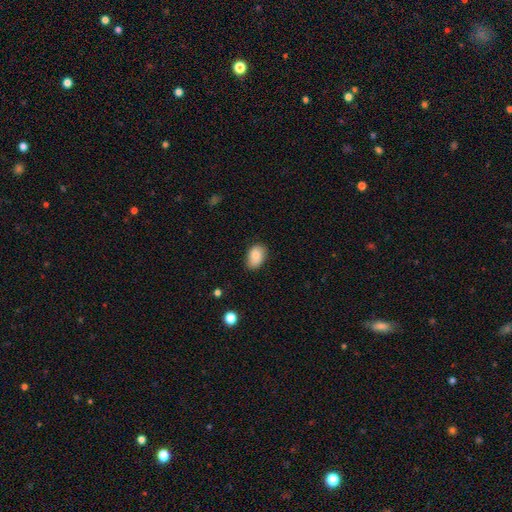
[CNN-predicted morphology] Smooth or featured? smooth (85%)
How rounded? in between (85%)
Merging? none (74%)